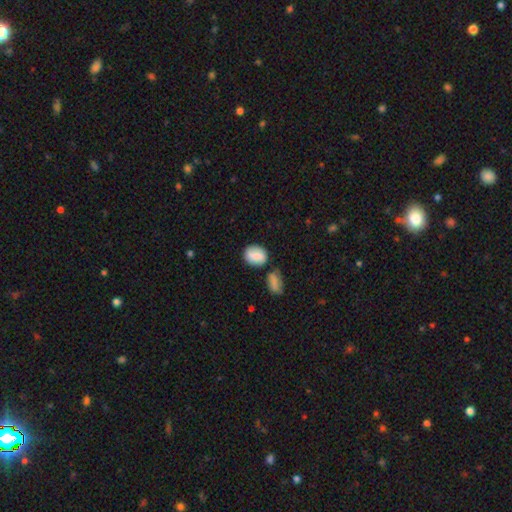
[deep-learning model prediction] This is clearly a smooth galaxy (81%). How rounded: possibly in between (60%). Merging: likely none (62%).